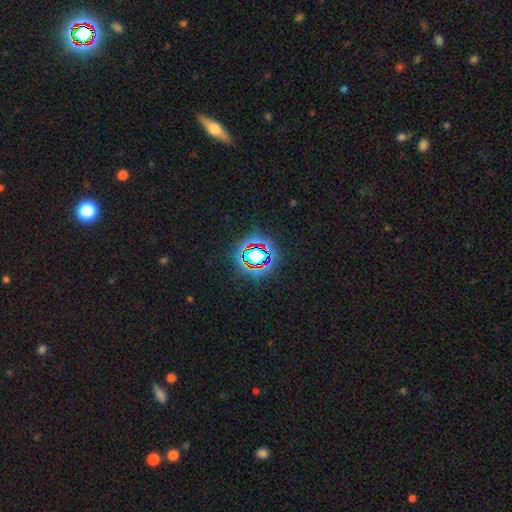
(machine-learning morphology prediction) The model was most divided on "smooth or featured": star or artifact: 64%, smooth: 24%, featured or disk: 12%.